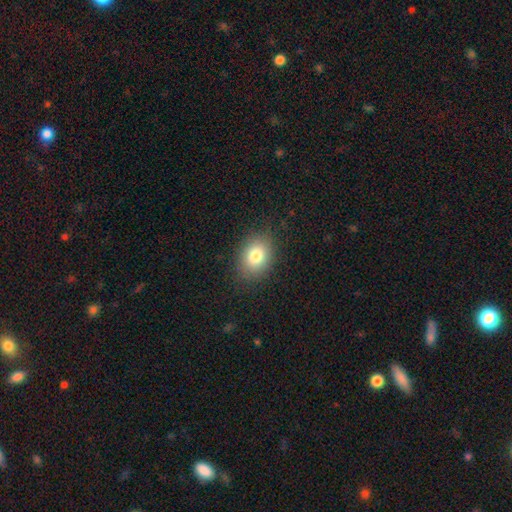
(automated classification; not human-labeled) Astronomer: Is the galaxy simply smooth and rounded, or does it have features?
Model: smooth — 81%.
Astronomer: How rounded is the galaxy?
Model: in between — 68%.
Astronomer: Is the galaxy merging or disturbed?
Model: none — 84%.